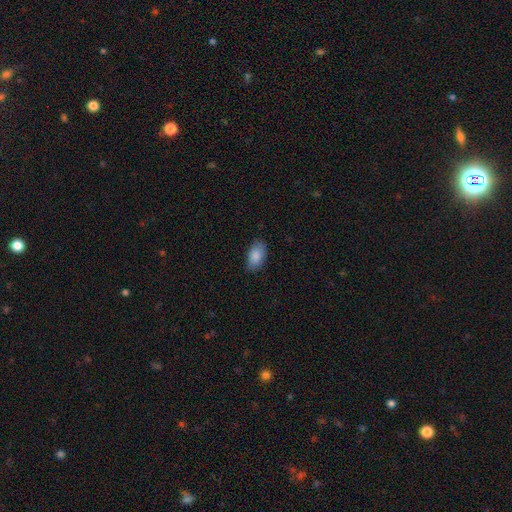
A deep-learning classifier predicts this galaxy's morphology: Q: Smooth or featured?
A: smooth (88%); runner-up: star or artifact (7%)
Q: How rounded?
A: in between (93%); runner-up: round (5%)
Q: Merging?
A: none (83%); runner-up: minor disturbance (13%)